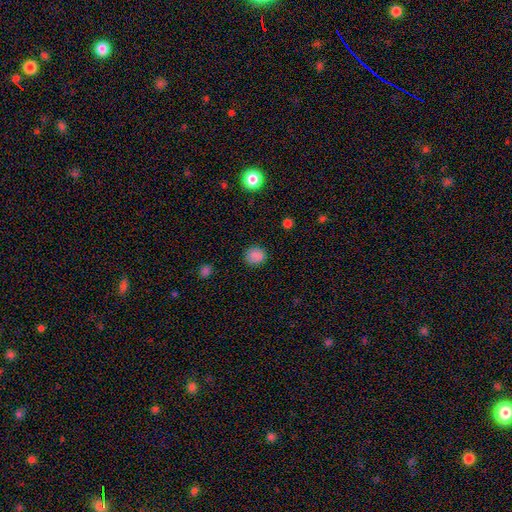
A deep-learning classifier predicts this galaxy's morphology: Smooth or featured?
  - smooth: 85% *
  - star or artifact: 12%
  - featured or disk: 3%
How rounded?
  - round: 76% *
  - in between: 23%
  - cigar-shaped: 1%
Merging?
  - none: 87% *
  - minor disturbance: 10%
  - major disturbance: 3%
  - merger: 1%